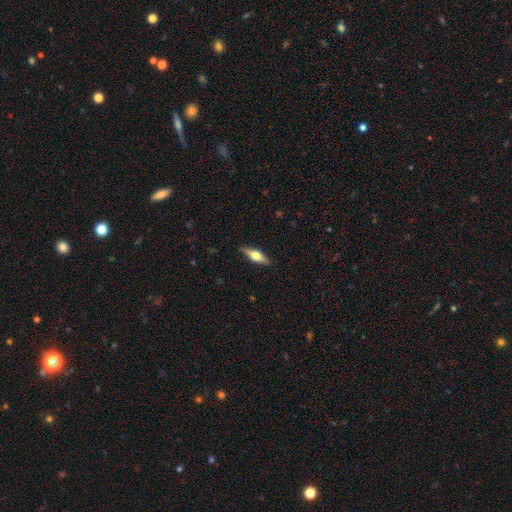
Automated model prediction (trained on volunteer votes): This is possibly a featured or disk galaxy (56%). It is clearly viewed edge-on (95%). Edge-on bulge: clearly rounded (93%). Merging: clearly none (88%).